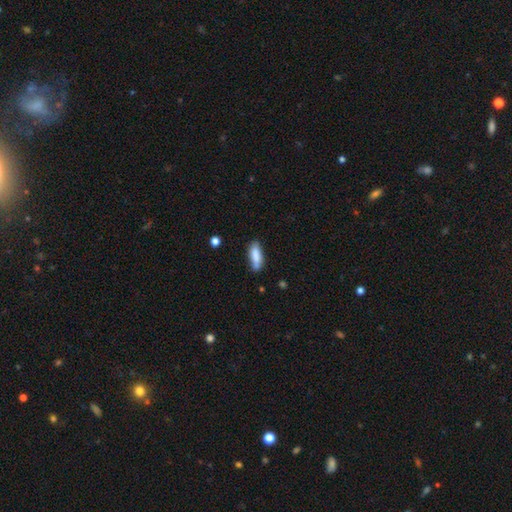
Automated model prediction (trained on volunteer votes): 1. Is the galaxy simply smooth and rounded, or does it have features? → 82% smooth, 11% featured or disk, 7% star or artifact.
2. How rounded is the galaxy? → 66% in between, 32% cigar-shaped, 2% round.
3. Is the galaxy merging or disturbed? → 60% none, 26% minor disturbance, 9% merger, 6% major disturbance.